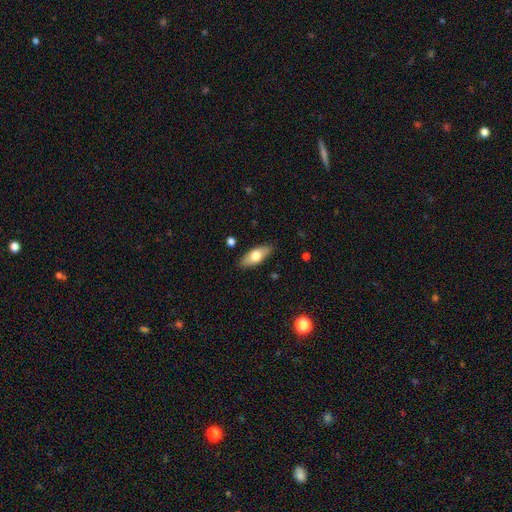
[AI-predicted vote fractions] Morphology: type=smooth (66%); roundness=in between (78%); merging=none (87%).